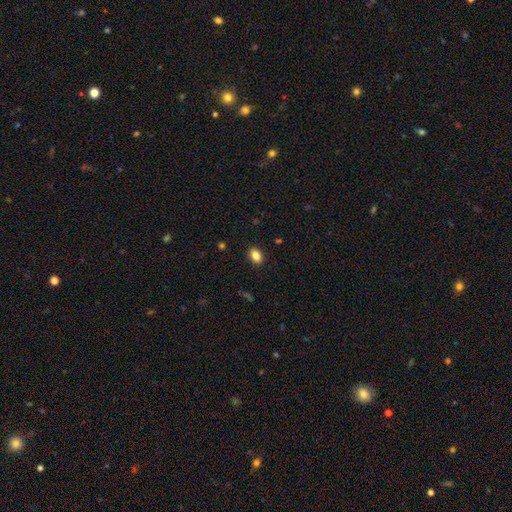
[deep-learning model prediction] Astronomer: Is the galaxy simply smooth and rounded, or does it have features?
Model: smooth — 85%.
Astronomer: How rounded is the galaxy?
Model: in between — 83%.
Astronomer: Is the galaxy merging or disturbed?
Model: none — 89%.